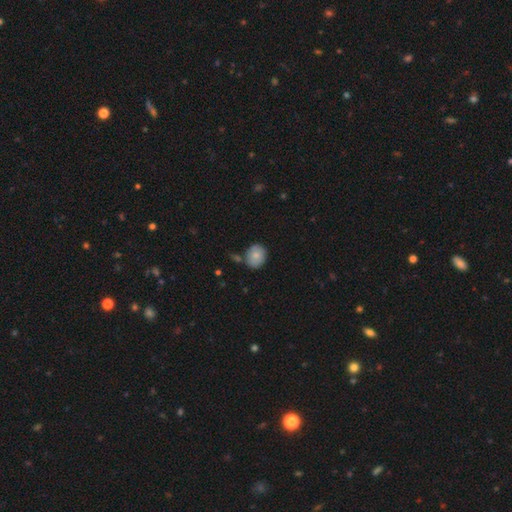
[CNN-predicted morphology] Smooth or featured? smooth (79%)
How rounded? round (59%)
Merging? none (72%)